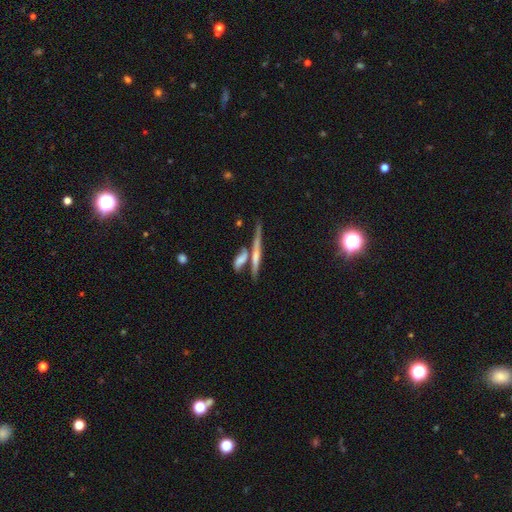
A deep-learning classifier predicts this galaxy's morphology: type=featured or disk (53%); edge-on=yes (89%); merging=none (53%).